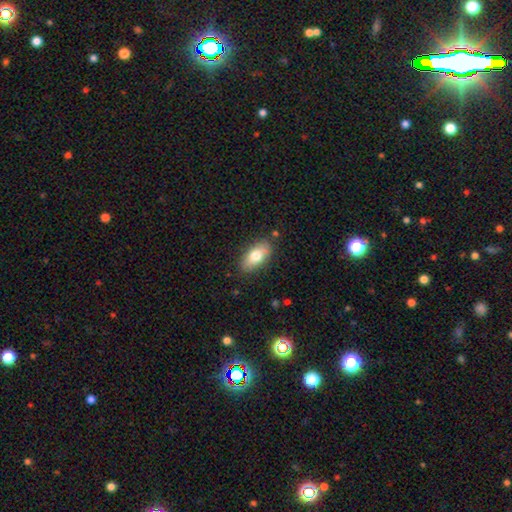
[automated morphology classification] smooth_or_featured: smooth (p=0.74) [alt: featured or disk p=0.20]
how_rounded: in between (p=0.87) [alt: cigar-shaped p=0.09]
merging: none (p=0.84) [alt: minor disturbance p=0.12]